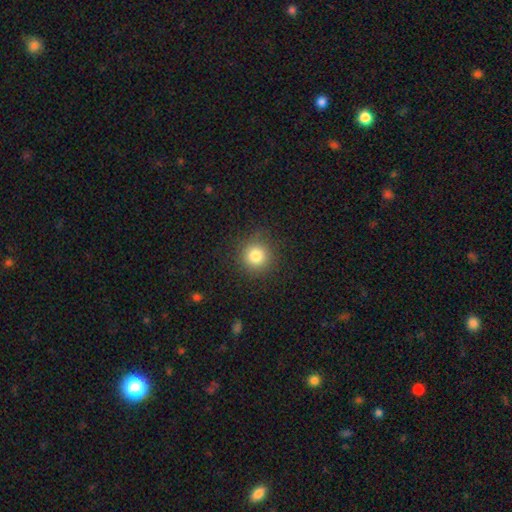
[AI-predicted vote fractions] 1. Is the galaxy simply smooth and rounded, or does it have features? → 82% smooth, 12% star or artifact, 6% featured or disk.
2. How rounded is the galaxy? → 94% round, 5% in between, 1% cigar-shaped.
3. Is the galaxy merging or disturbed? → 88% none, 7% minor disturbance, 3% major disturbance, 1% merger.